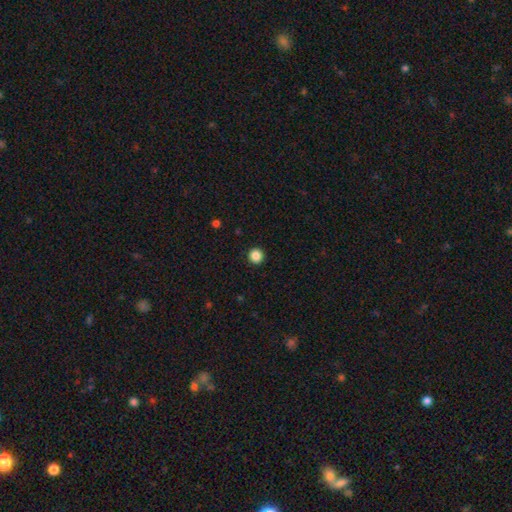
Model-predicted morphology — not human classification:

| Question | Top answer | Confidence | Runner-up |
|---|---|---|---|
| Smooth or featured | smooth | 87% | star or artifact (11%) |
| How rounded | round | 95% | in between (4%) |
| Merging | none | 94% | minor disturbance (4%) |